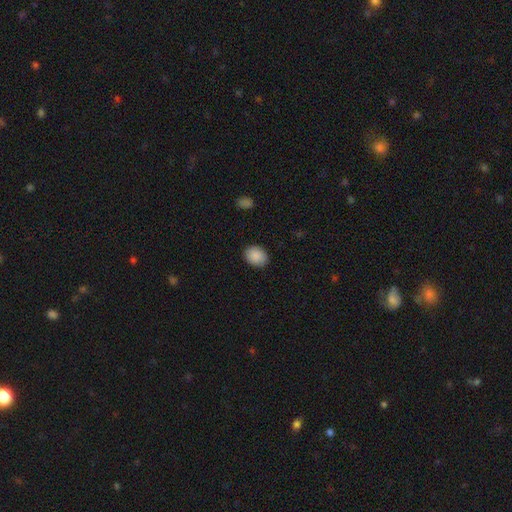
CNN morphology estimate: Smooth or featured? smooth (89%)
How rounded? in between (63%)
Merging? none (88%)